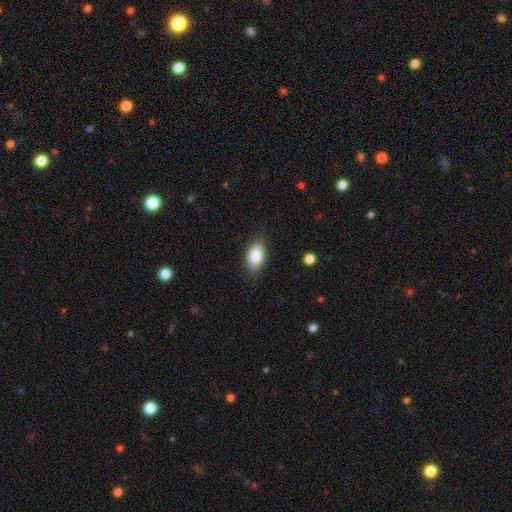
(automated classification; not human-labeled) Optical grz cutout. It shows a smooth galaxy with no disk features (83%) that is in between round and cigar-shaped (92%). Merging: none (86%).